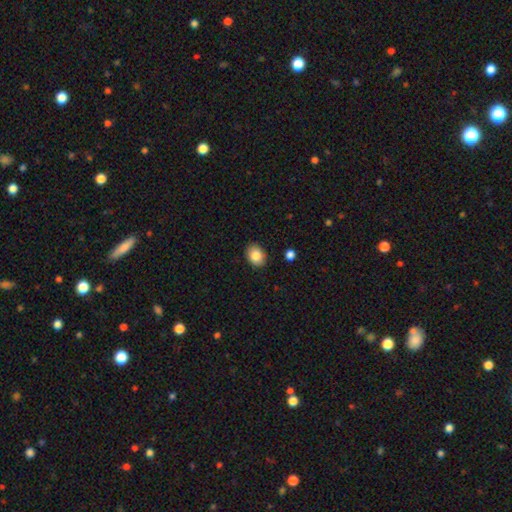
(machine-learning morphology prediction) type=smooth (85%); roundness=in between (59%); merging=none (88%).